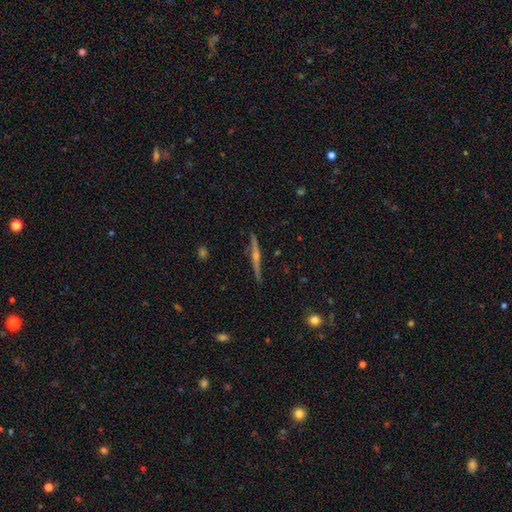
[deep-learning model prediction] Q: Smooth or featured?
A: featured or disk (83%); runner-up: smooth (11%)
Q: Edge-on disk?
A: yes (97%); runner-up: no (3%)
Q: Edge-on bulge?
A: rounded (85%); runner-up: none (9%)
Q: Merging?
A: none (87%); runner-up: minor disturbance (10%)